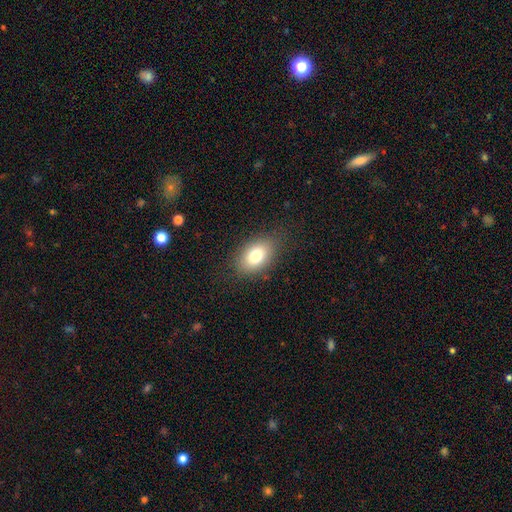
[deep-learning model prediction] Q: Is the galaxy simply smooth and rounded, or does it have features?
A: smooth — 78%.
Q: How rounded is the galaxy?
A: in between — 87%.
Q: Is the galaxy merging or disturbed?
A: none — 83%.